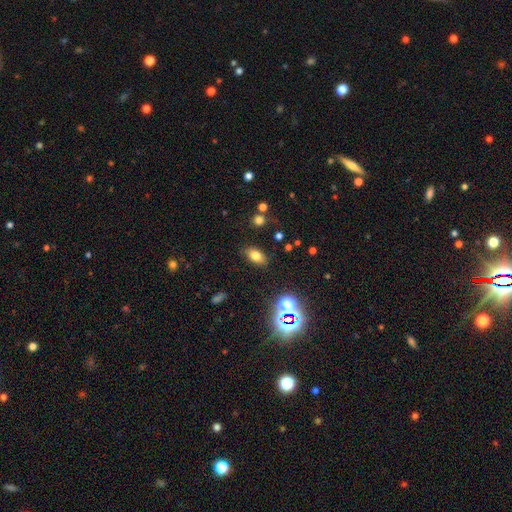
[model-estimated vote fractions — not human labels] Smooth or featured? Predicted: smooth (p=0.75). How rounded? Predicted: in between (p=0.88). Merging? Predicted: none (p=0.84).